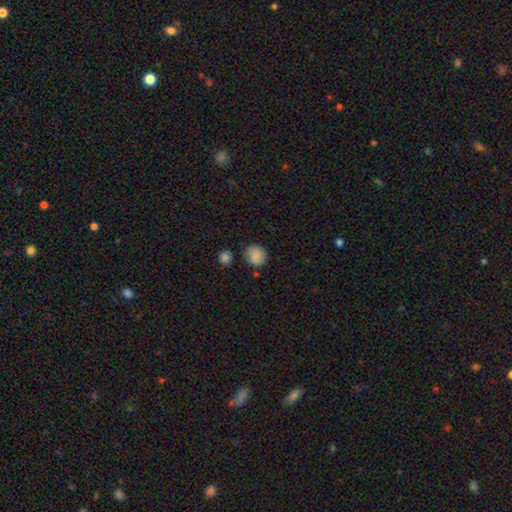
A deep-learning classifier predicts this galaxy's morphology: smooth-or-featured: smooth: 81% | featured or disk: 10% | star or artifact: 9%
  how-rounded: round: 78% | in between: 21% | cigar-shaped: 1%
  merging: none: 76% | minor disturbance: 16% | merger: 5% | major disturbance: 4%